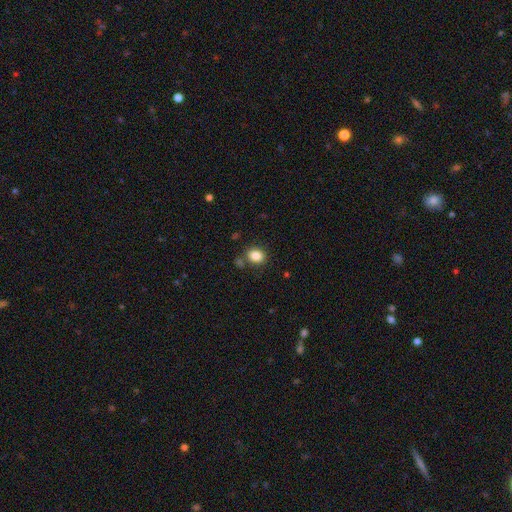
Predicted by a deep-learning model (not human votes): Smooth or featured?
  - smooth: 85% *
  - star or artifact: 10%
  - featured or disk: 5%
How rounded?
  - in between: 54% *
  - round: 45%
  - cigar-shaped: 1%
Merging?
  - none: 76% *
  - minor disturbance: 12%
  - merger: 8%
  - major disturbance: 4%